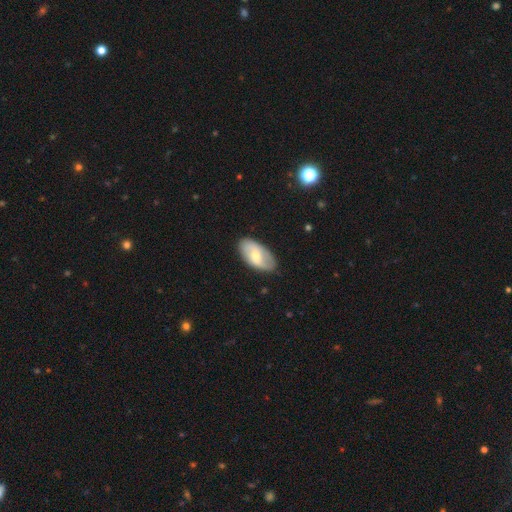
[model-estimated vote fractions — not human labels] smooth_or_featured: smooth (p=0.52) [alt: featured or disk p=0.42]
how_rounded: in between (p=0.94) [alt: round p=0.04]
merging: none (p=0.82) [alt: minor disturbance p=0.14]